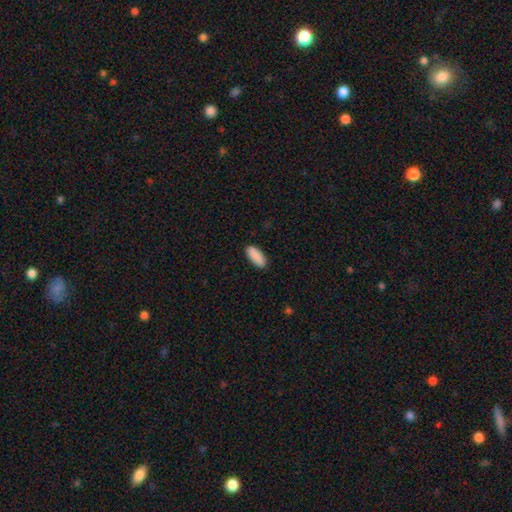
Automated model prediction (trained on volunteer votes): Q: Smooth or featured?
A: smooth (90%); runner-up: star or artifact (6%)
Q: How rounded?
A: in between (80%); runner-up: cigar-shaped (19%)
Q: Merging?
A: none (88%); runner-up: minor disturbance (10%)